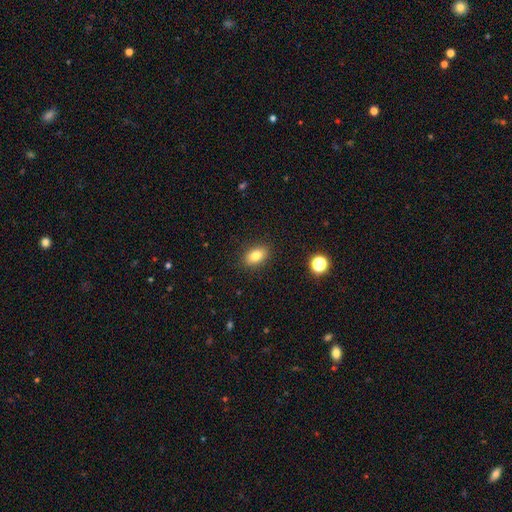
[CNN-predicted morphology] The model was most divided on "smooth or featured": smooth: 81%, star or artifact: 10%, featured or disk: 9%. More confident: merging — none (88%); how rounded — in between (85%).